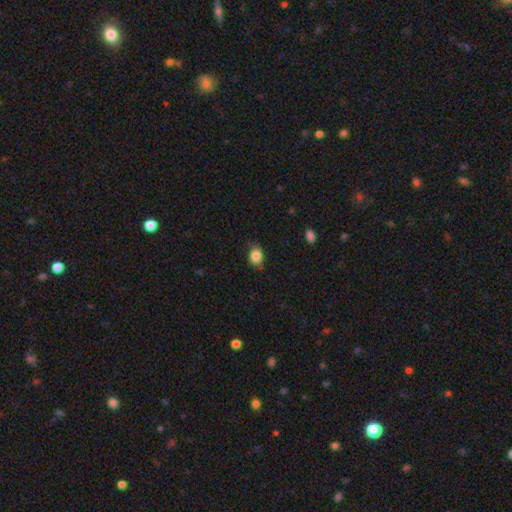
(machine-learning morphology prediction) Smooth or featured? smooth (83%)
How rounded? in between (60%)
Merging? none (73%)